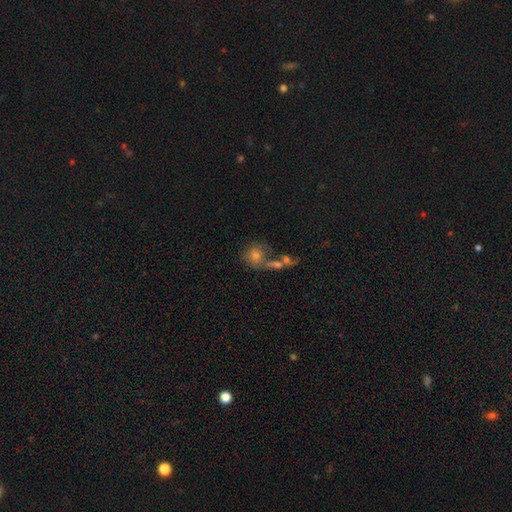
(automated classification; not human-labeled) smooth-or-featured: smooth: 59% | featured or disk: 24% | star or artifact: 18%
  how-rounded: round: 77% | in between: 21% | cigar-shaped: 2%
  merging: none: 41% | merger: 36% | minor disturbance: 13% | major disturbance: 10%